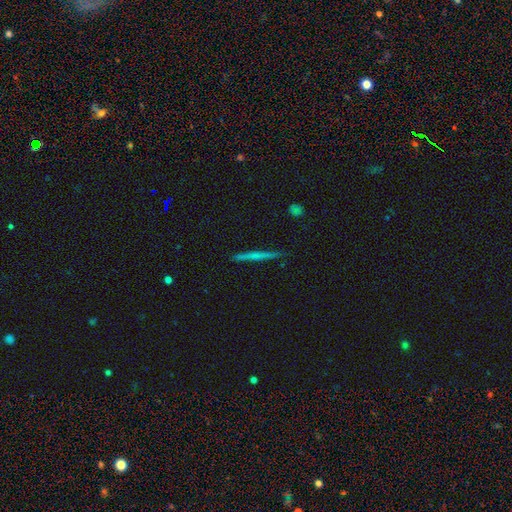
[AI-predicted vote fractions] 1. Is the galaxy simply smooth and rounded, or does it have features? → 52% featured or disk, 41% smooth, 7% star or artifact.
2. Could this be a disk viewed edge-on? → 98% yes, 2% no.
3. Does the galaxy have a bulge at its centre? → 75% none, 19% rounded, 6% boxy.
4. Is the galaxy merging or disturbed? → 91% none, 7% minor disturbance, 1% major disturbance, 1% merger.